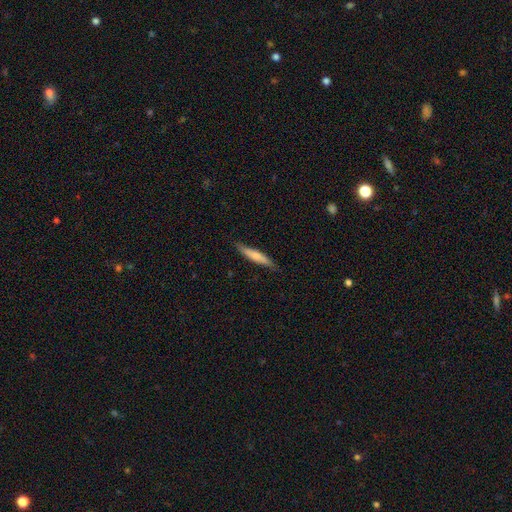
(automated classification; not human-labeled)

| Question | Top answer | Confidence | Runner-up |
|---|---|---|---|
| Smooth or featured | smooth | 65% | featured or disk (30%) |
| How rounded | cigar-shaped | 89% | in between (10%) |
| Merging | none | 84% | minor disturbance (13%) |